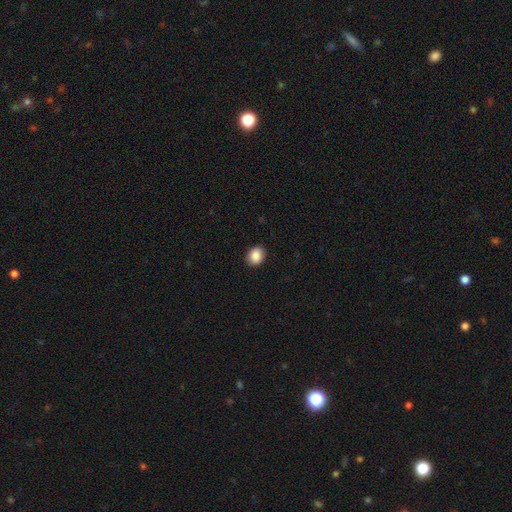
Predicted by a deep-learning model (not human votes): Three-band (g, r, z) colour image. It shows a smooth galaxy with no disk features (88%) that is in between round and cigar-shaped (53%). Merging: none (89%).